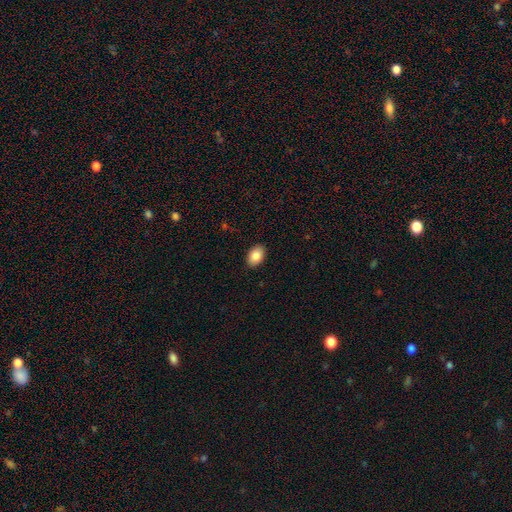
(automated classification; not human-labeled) smooth 87%, star or artifact 7%, featured or disk 6%. Down the decision tree: how rounded — in between (88%); merging — none (89%).